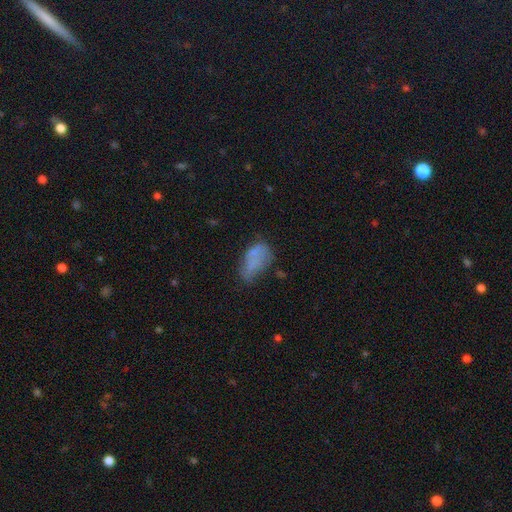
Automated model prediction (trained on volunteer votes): Q: Smooth or featured?
A: smooth (60%); runner-up: featured or disk (26%)
Q: How rounded?
A: in between (89%); runner-up: round (6%)
Q: Merging?
A: none (35%); runner-up: minor disturbance (31%)